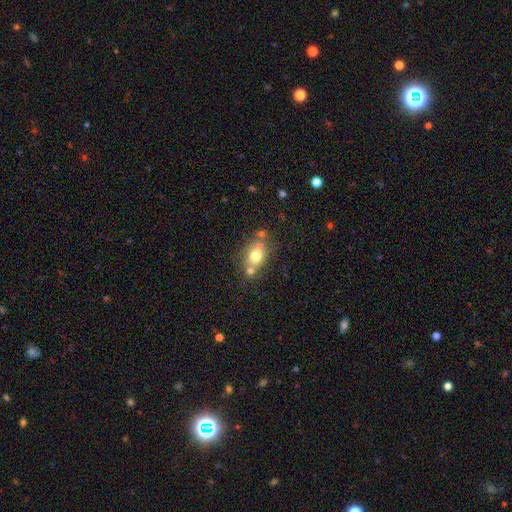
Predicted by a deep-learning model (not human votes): smooth_or_featured: smooth (p=0.71) [alt: featured or disk p=0.17]
how_rounded: round (p=0.50) [alt: in between p=0.49]
merging: none (p=0.55) [alt: merger p=0.26]